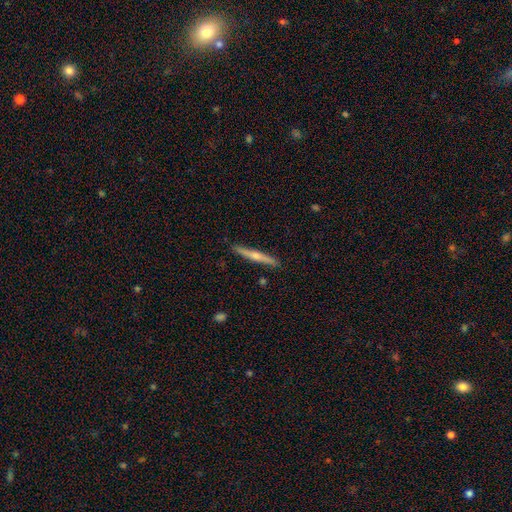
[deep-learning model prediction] smooth-or-featured: featured or disk: 64% | smooth: 27% | star or artifact: 8%
  disk-edge-on: yes: 96% | no: 4%
    edge-on-bulge: rounded: 74% | none: 20% | boxy: 6%
  merging: none: 89% | minor disturbance: 8% | major disturbance: 2% | merger: 1%